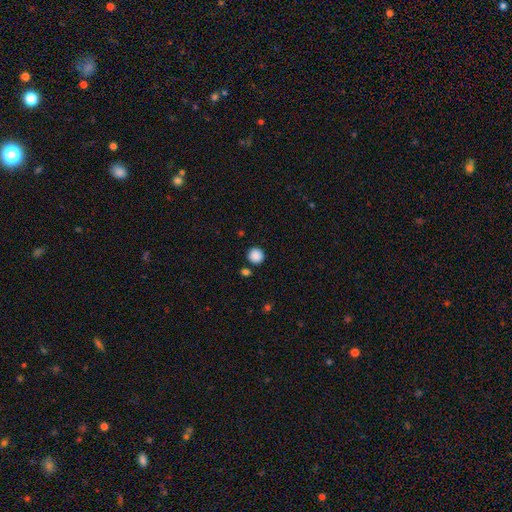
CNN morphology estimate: Smooth or featured? smooth (88%)
How rounded? round (93%)
Merging? none (87%)